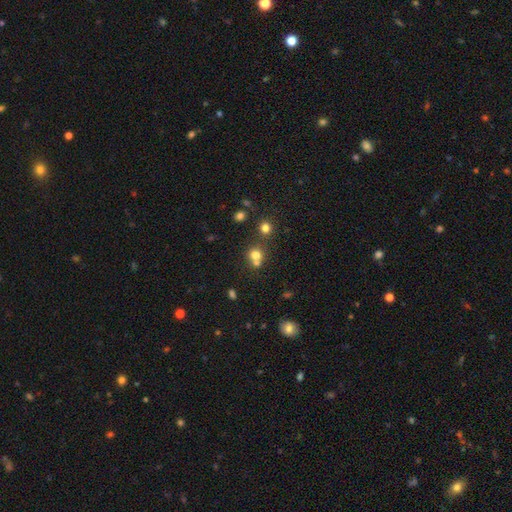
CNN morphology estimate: smooth_or_featured: smooth (p=0.72) [alt: star or artifact p=0.17]
how_rounded: round (p=0.85) [alt: in between p=0.14]
merging: none (p=0.50) [alt: merger p=0.40]